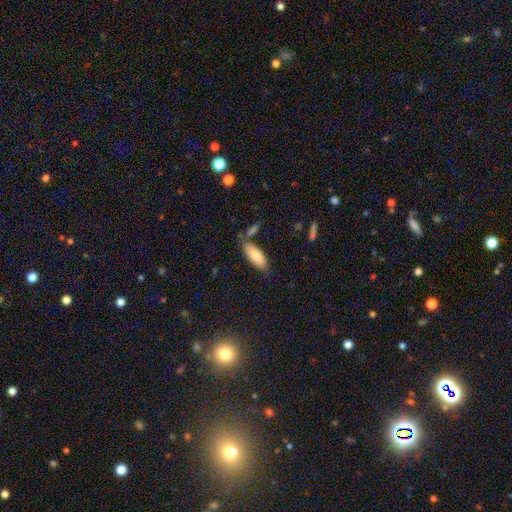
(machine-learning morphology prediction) Overall: smooth (83%). How rounded: in between (72%). Merging: none (70%).